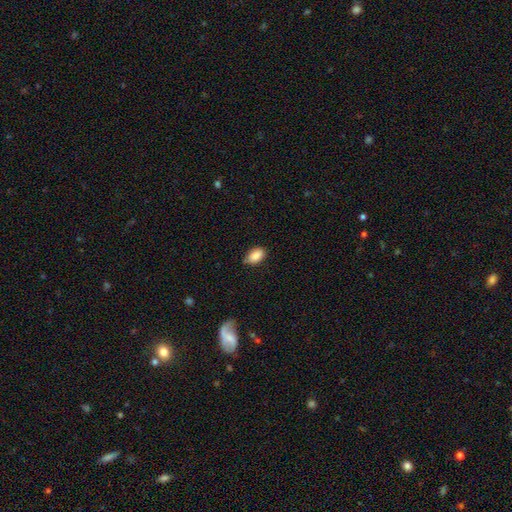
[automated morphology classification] Smooth or featured? Predicted: smooth (p=0.88). How rounded? Predicted: in between (p=0.89). Merging? Predicted: none (p=0.72).